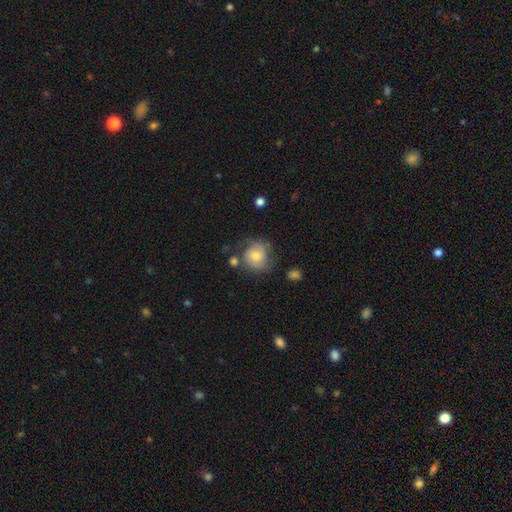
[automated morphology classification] Q: Smooth or featured?
A: smooth (59%); runner-up: featured or disk (32%)
Q: How rounded?
A: round (78%); runner-up: in between (21%)
Q: Merging?
A: none (56%); runner-up: minor disturbance (25%)